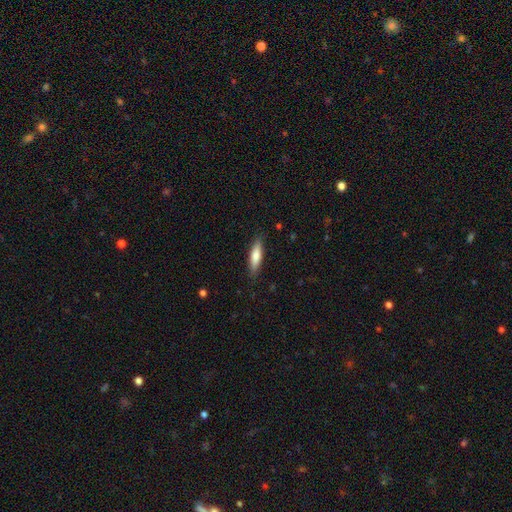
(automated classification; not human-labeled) Smooth or featured: smooth — 75% (featured or disk — 20%)
How rounded: cigar-shaped — 64% (in between — 34%)
Merging: none — 86% (minor disturbance — 10%)